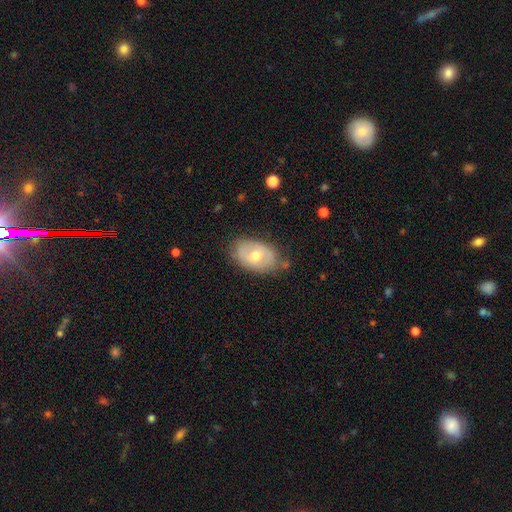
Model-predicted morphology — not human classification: smooth 47%, featured or disk 46%, star or artifact 7%. Down the decision tree: merging — none (72%).